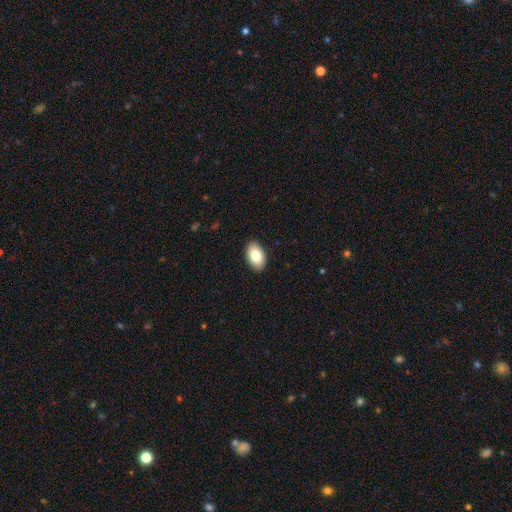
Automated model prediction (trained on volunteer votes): Q: Smooth or featured?
A: smooth (82%); runner-up: featured or disk (12%)
Q: How rounded?
A: in between (93%); runner-up: round (5%)
Q: Merging?
A: none (90%); runner-up: minor disturbance (7%)